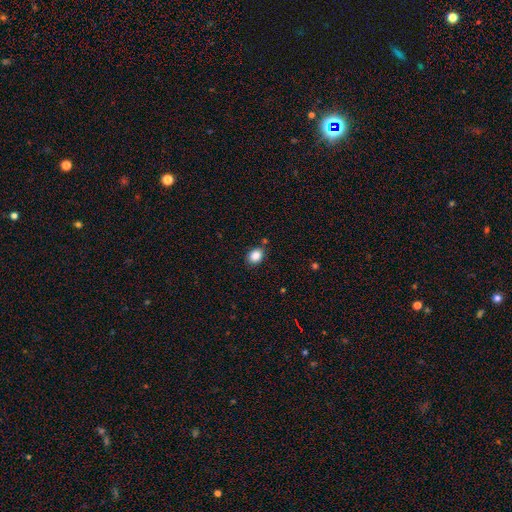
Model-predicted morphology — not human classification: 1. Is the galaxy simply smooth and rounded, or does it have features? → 86% smooth, 10% star or artifact, 4% featured or disk.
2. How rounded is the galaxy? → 50% in between, 49% round, 1% cigar-shaped.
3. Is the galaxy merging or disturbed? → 79% none, 14% minor disturbance, 4% merger, 3% major disturbance.